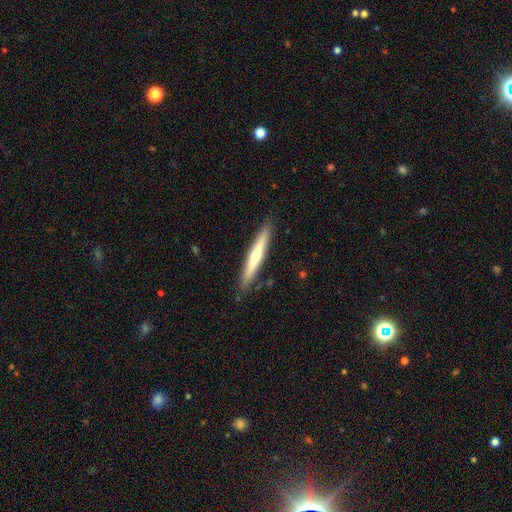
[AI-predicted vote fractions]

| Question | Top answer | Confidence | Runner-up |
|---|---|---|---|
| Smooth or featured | featured or disk | 48% | smooth (47%) |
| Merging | none | 89% | minor disturbance (8%) |